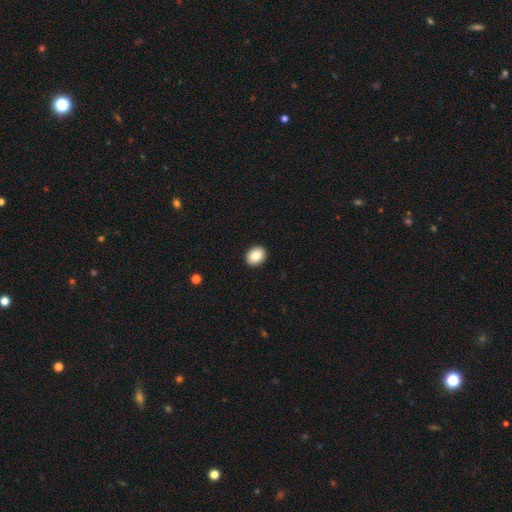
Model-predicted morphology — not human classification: smooth_or_featured: smooth (p=0.85) [alt: star or artifact p=0.08]
how_rounded: in between (p=0.55) [alt: round p=0.45]
merging: none (p=0.92) [alt: minor disturbance p=0.05]